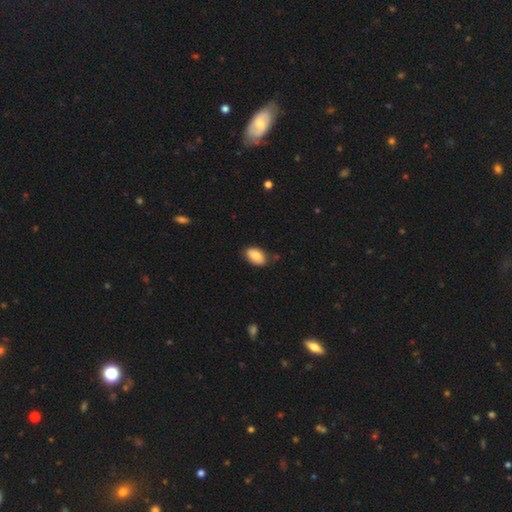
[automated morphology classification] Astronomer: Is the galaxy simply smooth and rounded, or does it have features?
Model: smooth — 82%.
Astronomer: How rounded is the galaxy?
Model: in between — 93%.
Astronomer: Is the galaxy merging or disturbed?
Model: none — 77%.